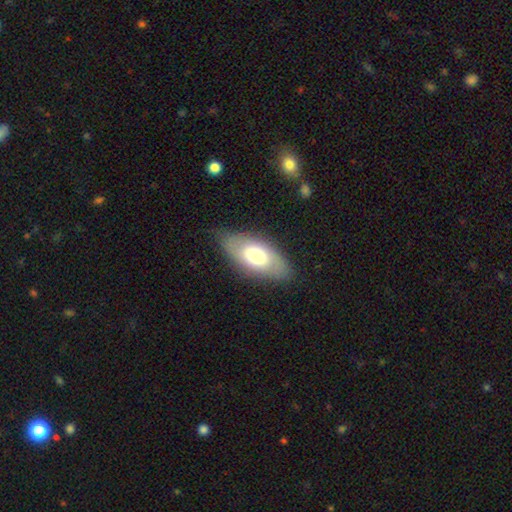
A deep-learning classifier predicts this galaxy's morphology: The model was most divided on "smooth or featured": smooth: 64%, featured or disk: 30%, star or artifact: 6%. More confident: how rounded — in between (90%); merging — none (78%).